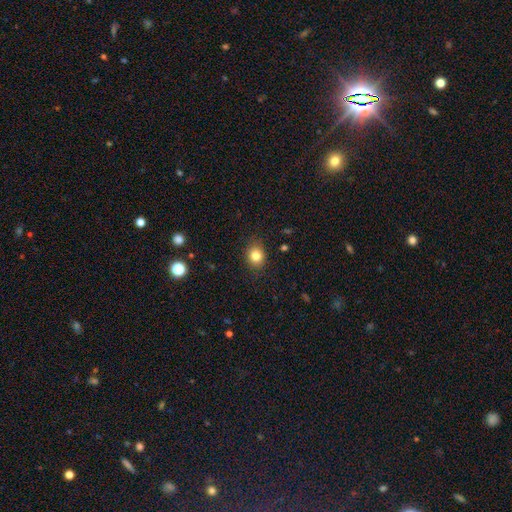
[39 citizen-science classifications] smooth_or_featured: smooth (p=0.82) [alt: star or artifact p=0.10]
how_rounded: round (p=0.62) [alt: in between p=0.38]
merging: none (p=0.83) [alt: minor disturbance p=0.14]